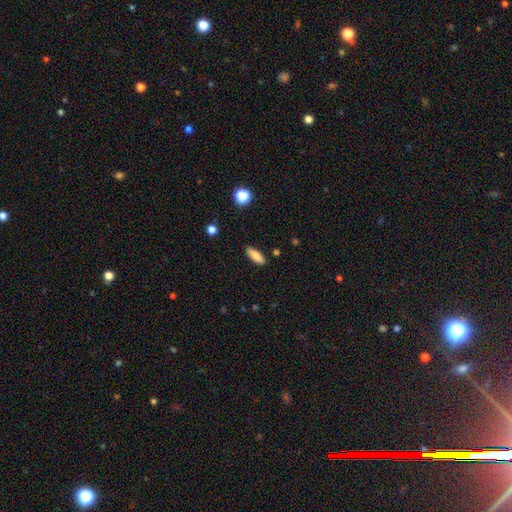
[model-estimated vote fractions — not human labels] Overall: smooth (81%). How rounded: in between (58%; cigar-shaped 40%). Merging: none (87%).